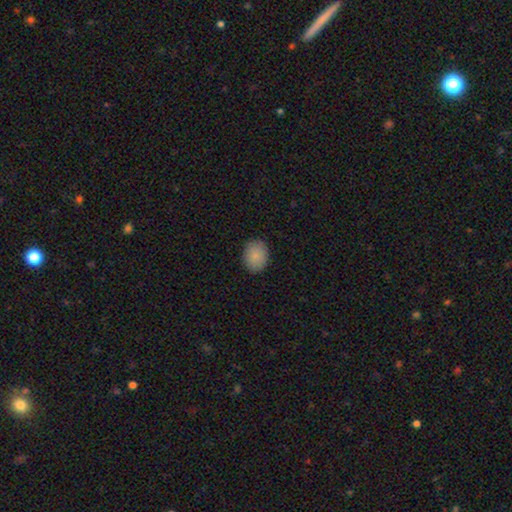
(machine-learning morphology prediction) Smooth or featured: smooth — 88% (star or artifact — 7%)
How rounded: in between — 60% (round — 39%)
Merging: none — 87% (minor disturbance — 10%)